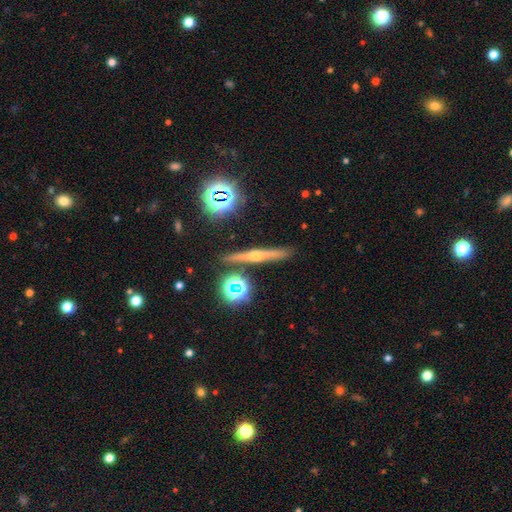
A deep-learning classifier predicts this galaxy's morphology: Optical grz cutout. It shows a featured or disk galaxy (62%) viewed edge-on (96%) with a rounded central bulge (85%). Merging: none (88%).